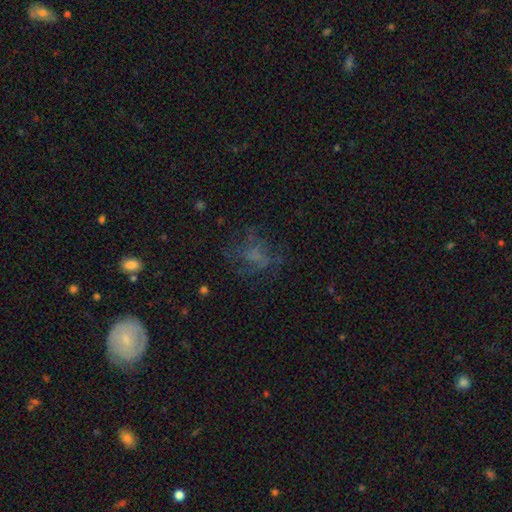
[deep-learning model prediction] A featured or disk galaxy (40%). Merging: none (57%).